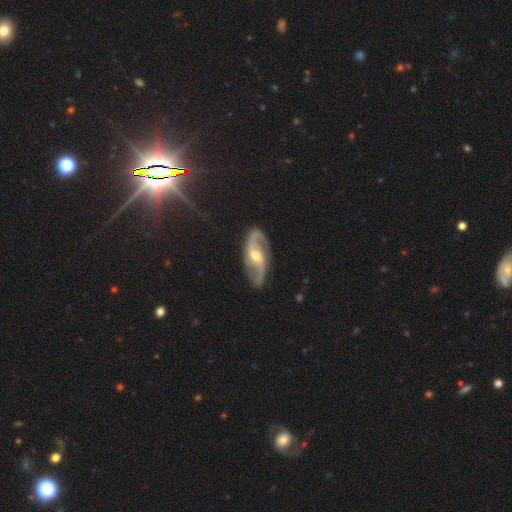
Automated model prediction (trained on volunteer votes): featured or disk 86%, star or artifact 7%, smooth 6%. Down the decision tree: edge-on disk — no (95%); bar — weak (41%); spiral arms — yes (96%); spiral arm count — 2 (92%); spiral winding — medium (46%); bulge size — moderate (66%); merging — none (82%).